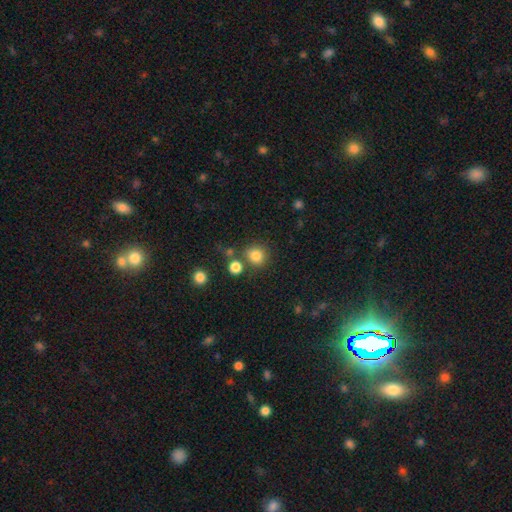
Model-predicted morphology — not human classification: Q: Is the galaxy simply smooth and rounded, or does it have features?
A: smooth — 82%.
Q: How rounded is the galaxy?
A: round — 88%.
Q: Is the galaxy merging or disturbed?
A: none — 76%.